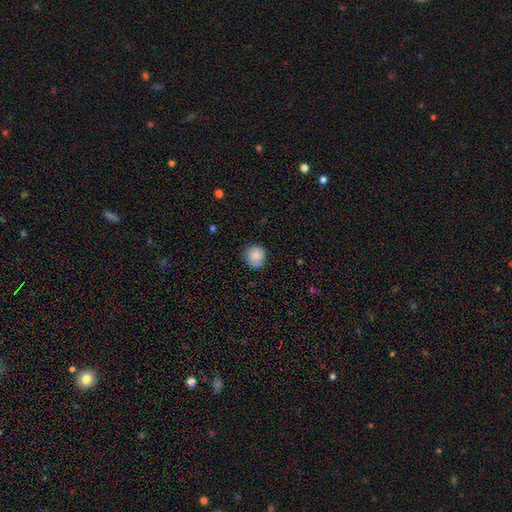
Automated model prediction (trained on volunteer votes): Smooth or featured?
  - smooth: 86% *
  - star or artifact: 8%
  - featured or disk: 6%
How rounded?
  - round: 87% *
  - in between: 12%
  - cigar-shaped: 1%
Merging?
  - none: 77% *
  - minor disturbance: 18%
  - major disturbance: 3%
  - merger: 1%